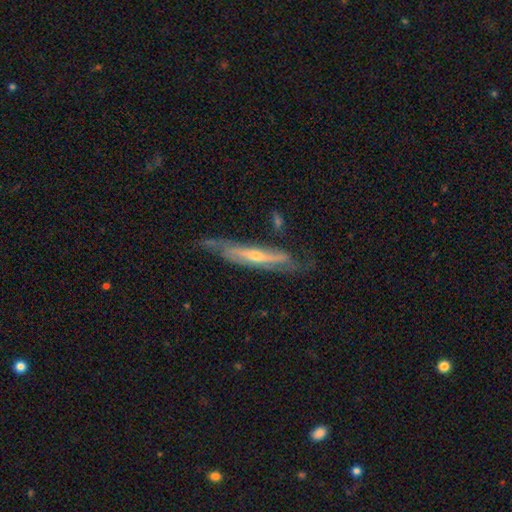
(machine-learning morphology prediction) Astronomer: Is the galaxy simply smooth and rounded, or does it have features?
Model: featured or disk — 77%.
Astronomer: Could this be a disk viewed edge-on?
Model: yes — 66%.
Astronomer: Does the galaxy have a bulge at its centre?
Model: rounded — 67%.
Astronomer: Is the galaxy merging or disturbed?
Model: none — 61%.